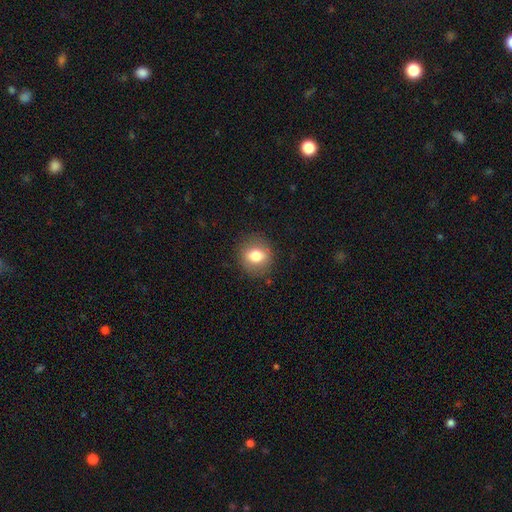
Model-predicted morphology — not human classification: The model was most divided on "how rounded": round: 72%, in between: 27%, cigar-shaped: 1%. More confident: merging — none (86%); smooth or featured — smooth (76%).